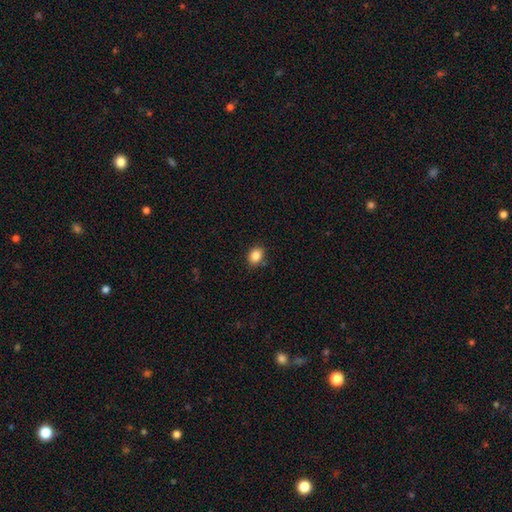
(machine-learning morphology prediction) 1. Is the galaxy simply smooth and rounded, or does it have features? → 86% smooth, 9% star or artifact, 4% featured or disk.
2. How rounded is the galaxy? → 59% in between, 40% round, 1% cigar-shaped.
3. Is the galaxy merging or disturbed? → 84% none, 11% minor disturbance, 3% major disturbance, 2% merger.